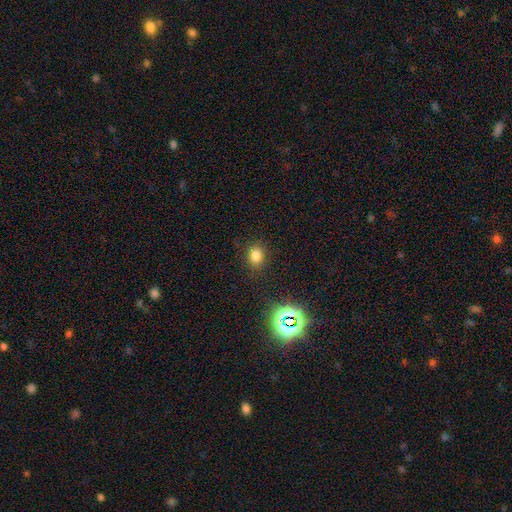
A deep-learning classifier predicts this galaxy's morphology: type=smooth (78%); roundness=round (54%); merging=none (87%).